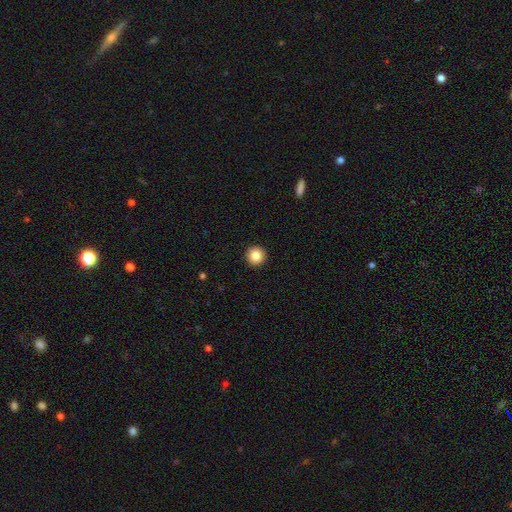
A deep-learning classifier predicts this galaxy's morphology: smooth-or-featured: smooth: 85% | star or artifact: 10% | featured or disk: 5%
  how-rounded: round: 96% | in between: 3% | cigar-shaped: 1%
  merging: none: 94% | minor disturbance: 4% | major disturbance: 1% | merger: 1%